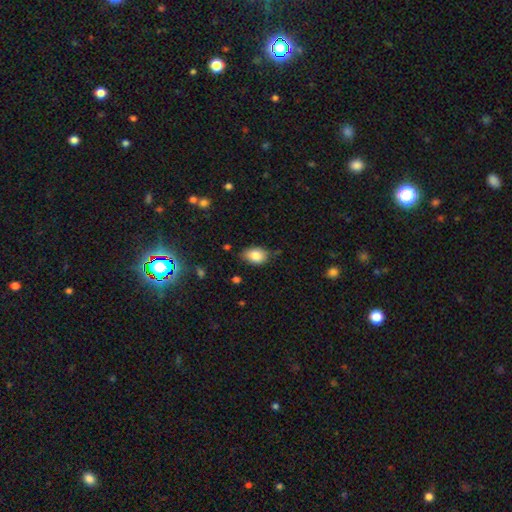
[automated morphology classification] type=smooth (84%); roundness=in between (81%); merging=none (73%).